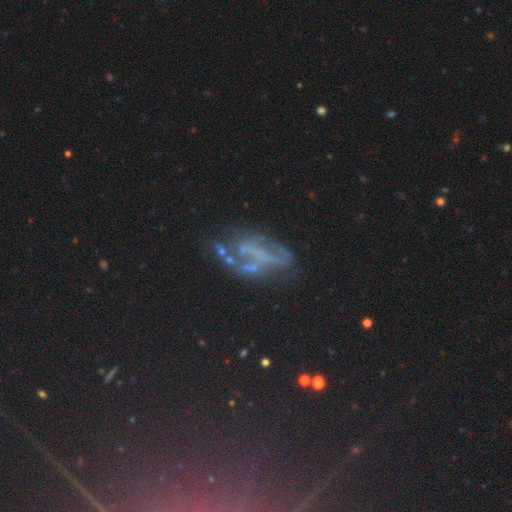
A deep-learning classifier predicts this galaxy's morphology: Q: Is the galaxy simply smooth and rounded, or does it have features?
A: featured or disk — 43%.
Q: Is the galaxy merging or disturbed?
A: none — 44%.